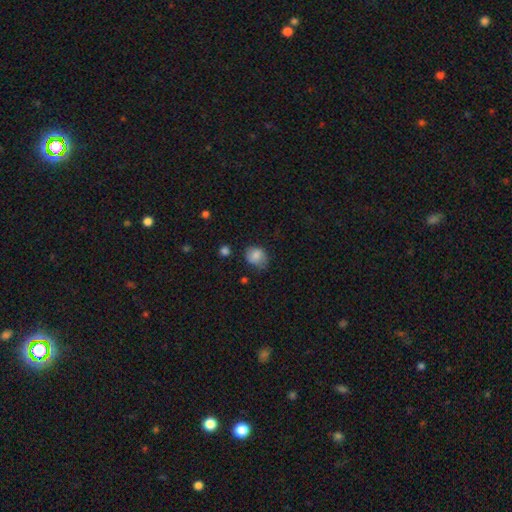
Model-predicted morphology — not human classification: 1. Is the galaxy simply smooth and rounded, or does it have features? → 81% smooth, 10% featured or disk, 9% star or artifact.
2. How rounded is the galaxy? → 52% round, 47% in between, 1% cigar-shaped.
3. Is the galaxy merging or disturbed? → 55% none, 33% minor disturbance, 10% major disturbance, 2% merger.